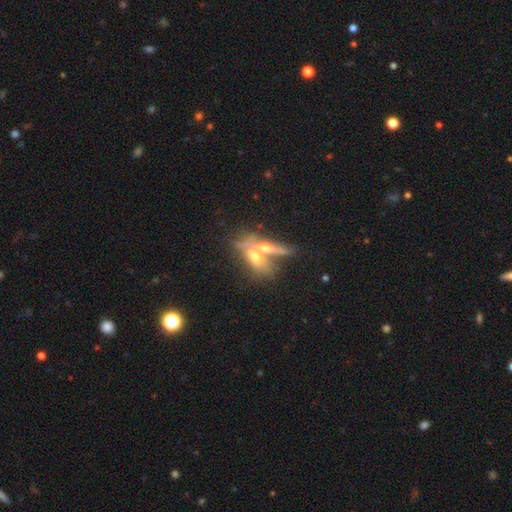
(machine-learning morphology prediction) Q: Smooth or featured?
A: featured or disk (48%); runner-up: smooth (42%)
Q: Merging?
A: merger (57%); runner-up: none (28%)